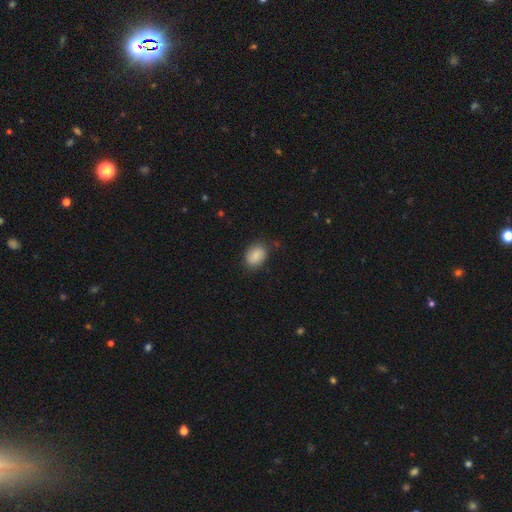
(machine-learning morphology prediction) Smooth or featured? smooth (86%)
How rounded? in between (75%)
Merging? none (80%)